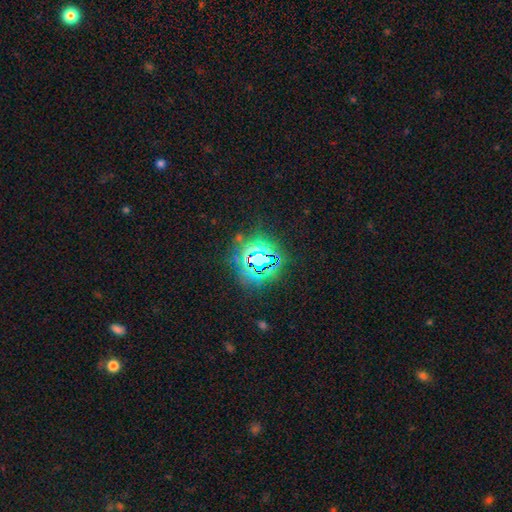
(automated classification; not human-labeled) Q: Smooth or featured?
A: star or artifact (80%); runner-up: smooth (13%)